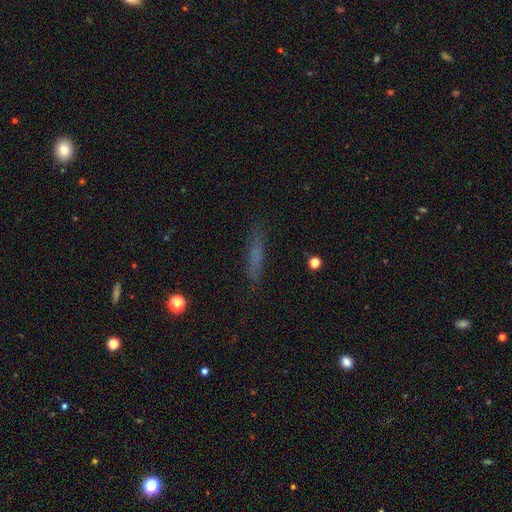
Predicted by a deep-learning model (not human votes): Overall: smooth (65%). How rounded: cigar-shaped (87%). Merging: none (84%).